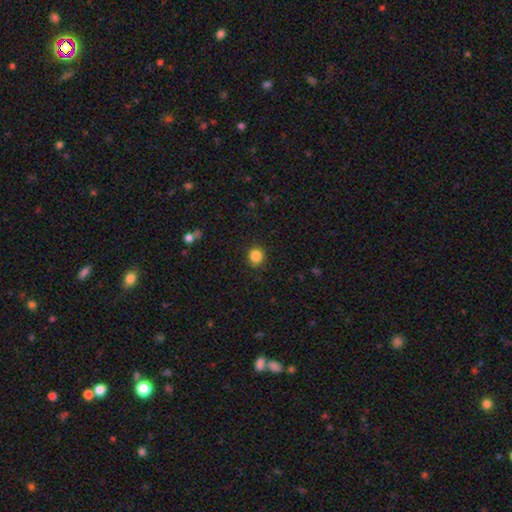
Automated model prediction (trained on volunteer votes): Morphology: type=smooth (85%); roundness=round (89%); merging=none (88%).